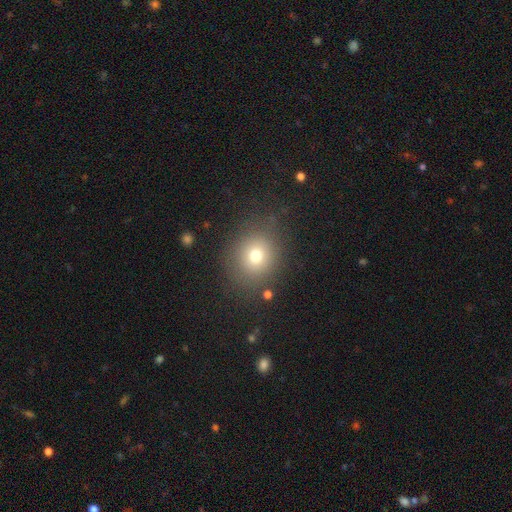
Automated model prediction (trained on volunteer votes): smooth_or_featured: smooth (p=0.73) [alt: star or artifact p=0.15]
how_rounded: round (p=0.76) [alt: in between p=0.23]
merging: none (p=0.81) [alt: minor disturbance p=0.11]